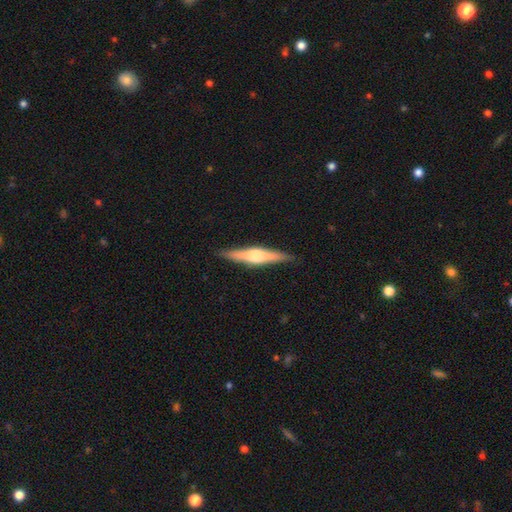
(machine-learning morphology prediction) Smooth or featured?
  - featured or disk: 67% *
  - smooth: 27%
  - star or artifact: 5%
Edge-on disk?
  - yes: 97% *
  - no: 3%
Edge-on bulge?
  - rounded: 88% *
  - boxy: 9%
  - none: 4%
Merging?
  - none: 90% *
  - minor disturbance: 7%
  - major disturbance: 2%
  - merger: 1%